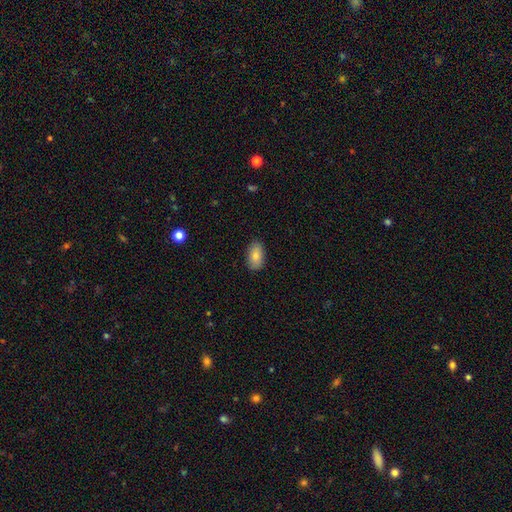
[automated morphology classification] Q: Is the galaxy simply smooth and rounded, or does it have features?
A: smooth — 83%.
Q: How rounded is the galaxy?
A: in between — 93%.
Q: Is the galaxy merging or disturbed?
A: none — 87%.